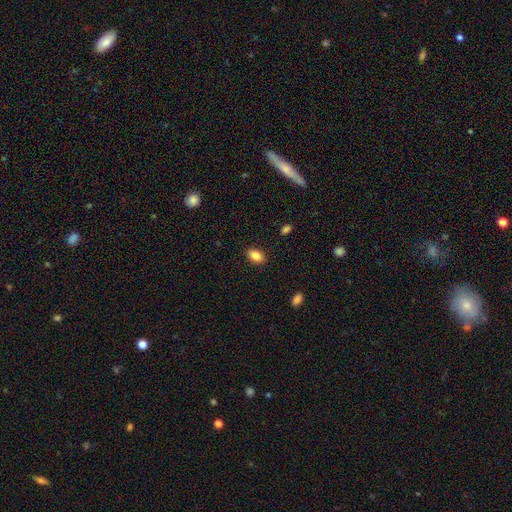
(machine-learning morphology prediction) Smooth or featured: smooth — 86% (star or artifact — 8%)
How rounded: in between — 88% (round — 10%)
Merging: none — 88% (minor disturbance — 9%)